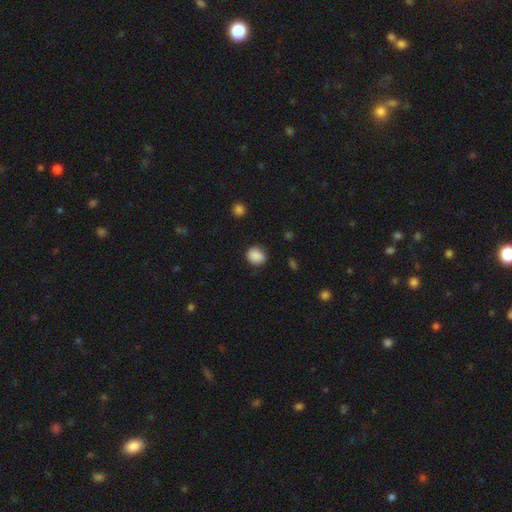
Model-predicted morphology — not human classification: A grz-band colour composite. It shows a smooth galaxy with no disk features (88%) that is round (70%). Merging: none (83%).